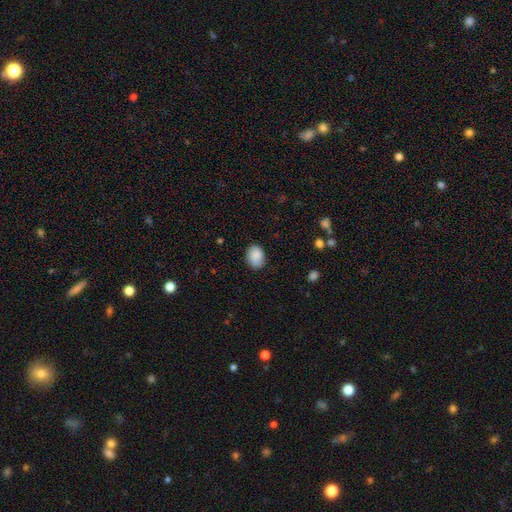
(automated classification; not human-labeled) Smooth or featured?
  - smooth: 86% *
  - star or artifact: 7%
  - featured or disk: 7%
How rounded?
  - in between: 66% *
  - round: 33%
  - cigar-shaped: 1%
Merging?
  - none: 81% *
  - minor disturbance: 15%
  - major disturbance: 3%
  - merger: 1%